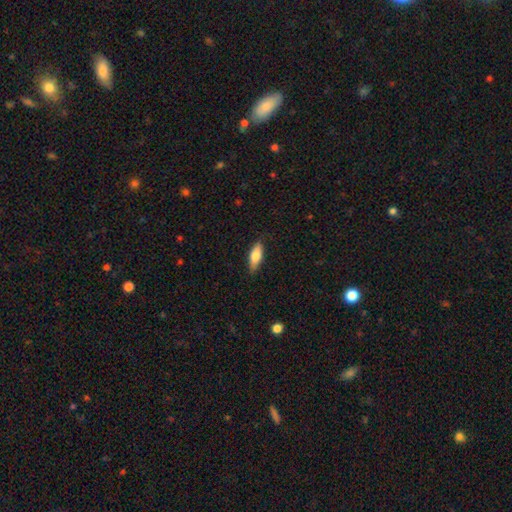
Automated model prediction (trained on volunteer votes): This appears to be a smooth galaxy with no disk features (76%) that is in between round and cigar-shaped (71%). Merging: none (84%).